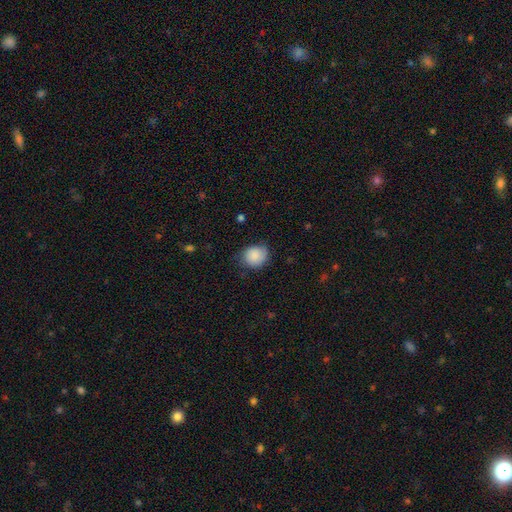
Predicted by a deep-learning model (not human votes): smooth-or-featured: smooth: 87% | star or artifact: 7% | featured or disk: 5%
  how-rounded: round: 72% | in between: 27% | cigar-shaped: 1%
  merging: none: 71% | minor disturbance: 23% | major disturbance: 5% | merger: 1%